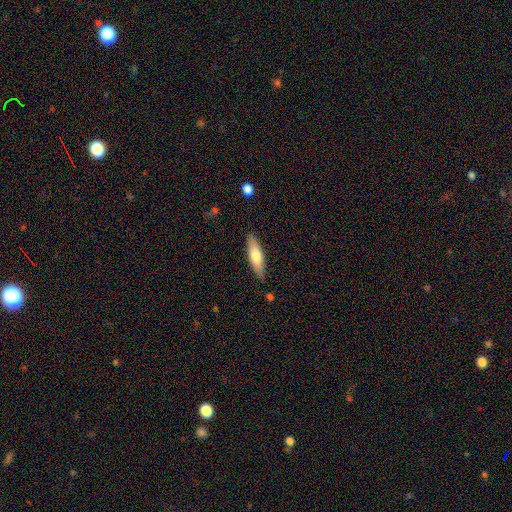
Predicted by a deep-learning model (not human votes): Smooth or featured? Predicted: smooth (p=0.65). How rounded? Predicted: cigar-shaped (p=0.61). Merging? Predicted: none (p=0.85).